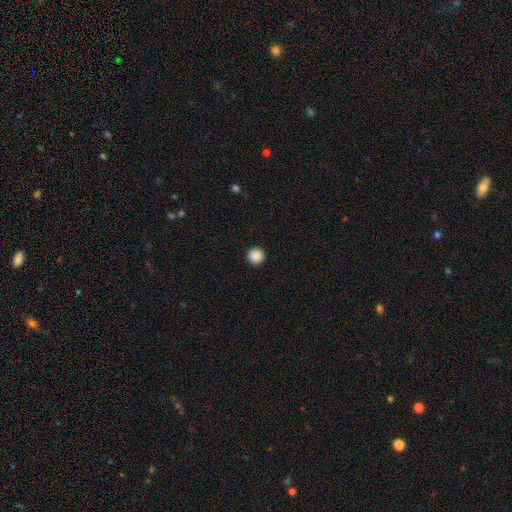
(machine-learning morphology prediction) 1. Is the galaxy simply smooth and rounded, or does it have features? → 89% smooth, 9% star or artifact, 2% featured or disk.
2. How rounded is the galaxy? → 96% round, 3% in between, 1% cigar-shaped.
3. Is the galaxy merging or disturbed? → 94% none, 4% minor disturbance, 1% major disturbance, 1% merger.